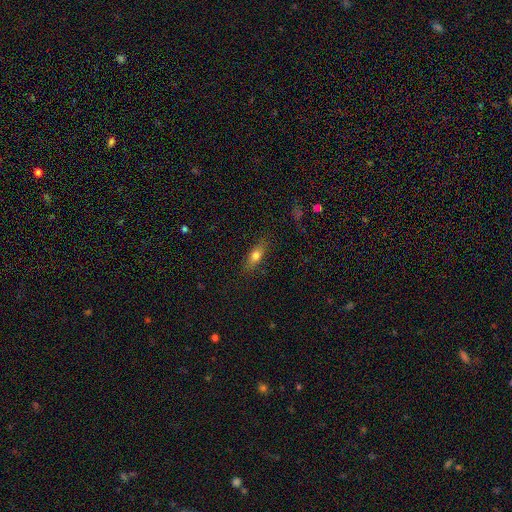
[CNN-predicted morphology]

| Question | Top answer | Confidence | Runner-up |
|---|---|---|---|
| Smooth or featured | smooth | 73% | featured or disk (18%) |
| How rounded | in between | 71% | cigar-shaped (24%) |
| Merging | none | 83% | minor disturbance (12%) |